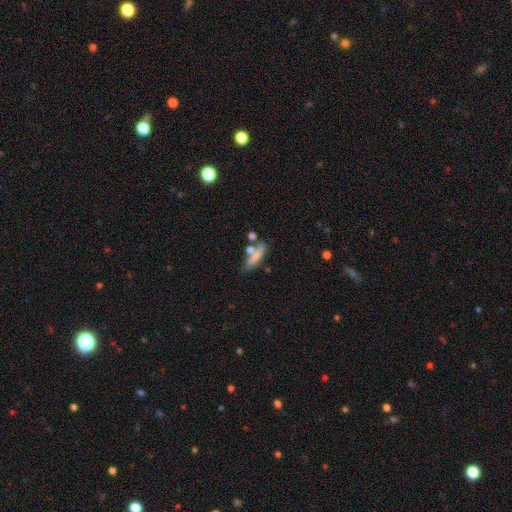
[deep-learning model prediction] Overall: smooth (68%). How rounded: cigar-shaped (66%; in between 28%). Merging: none (56%; merger 21%).